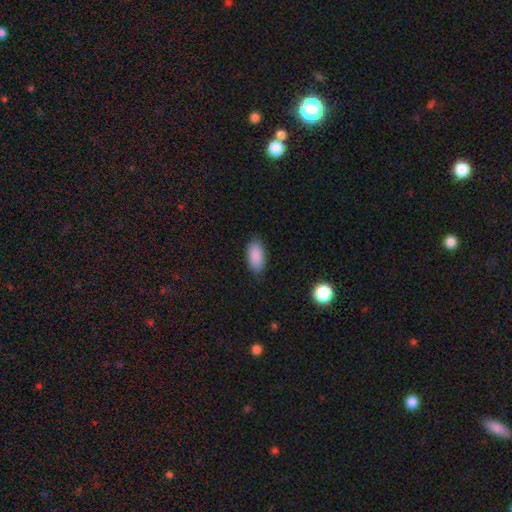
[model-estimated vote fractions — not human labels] Overall: smooth (89%). How rounded: in between (93%). Merging: none (85%).